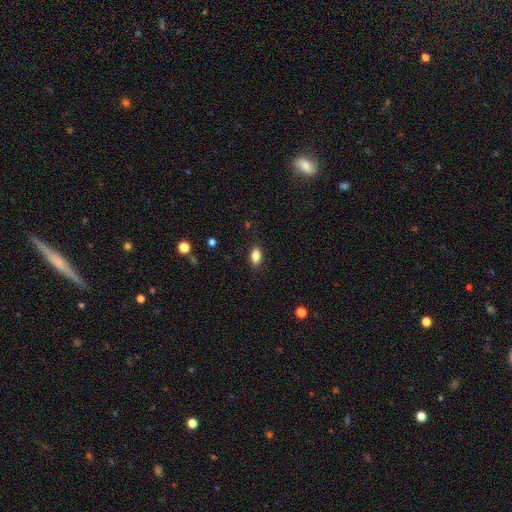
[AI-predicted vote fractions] The model was most divided on "smooth or featured": smooth: 85%, star or artifact: 9%, featured or disk: 6%. More confident: how rounded — in between (88%); merging — none (86%).